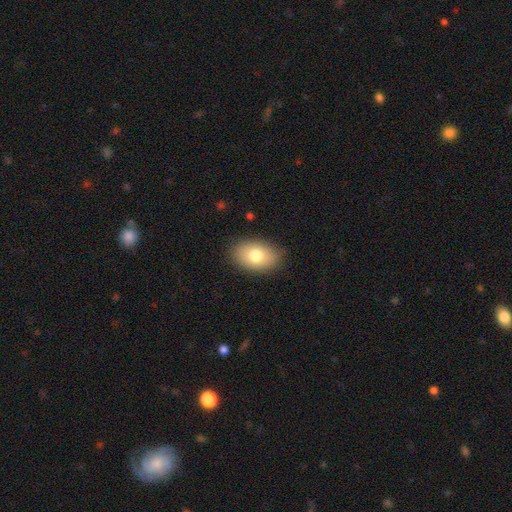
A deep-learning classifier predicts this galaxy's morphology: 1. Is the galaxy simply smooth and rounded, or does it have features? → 77% smooth, 14% featured or disk, 8% star or artifact.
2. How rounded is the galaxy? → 86% in between, 13% round, 1% cigar-shaped.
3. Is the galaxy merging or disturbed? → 85% none, 11% minor disturbance, 3% major disturbance, 1% merger.